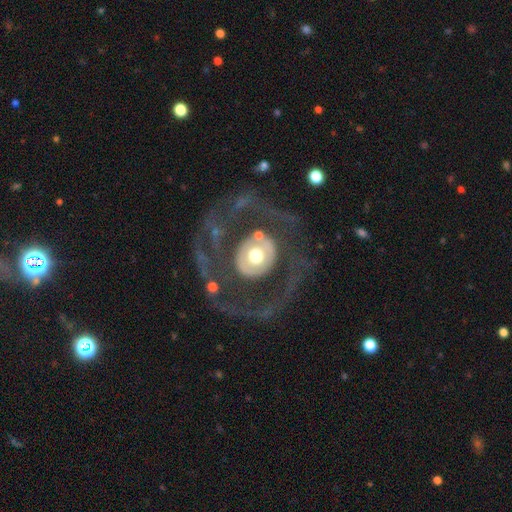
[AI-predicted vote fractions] Morphology: type=featured or disk (68%); edge-on=no (95%); bar=no (82%); spiral arms=no (53%); bulge=moderate (59%); merging=none (58%).